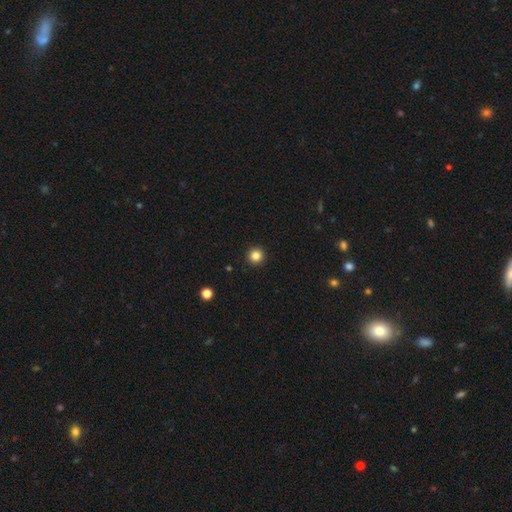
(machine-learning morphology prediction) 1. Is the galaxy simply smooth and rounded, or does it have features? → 84% smooth, 12% star or artifact, 4% featured or disk.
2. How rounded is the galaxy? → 96% round, 4% in between, 1% cigar-shaped.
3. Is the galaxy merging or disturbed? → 93% none, 4% minor disturbance, 1% major disturbance, 1% merger.